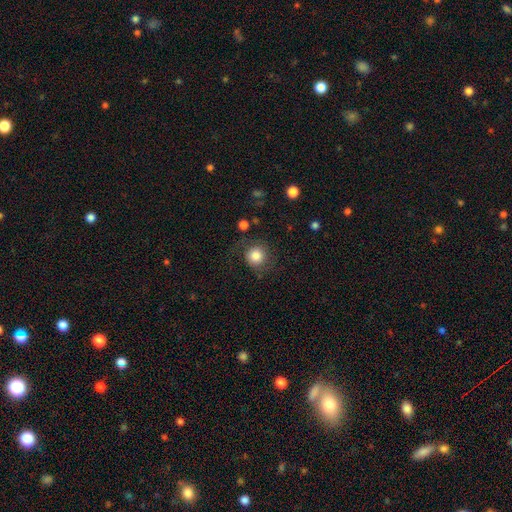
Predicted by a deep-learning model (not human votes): A smooth galaxy with no disk features (81%) that is round (92%). Merging: none (71%).